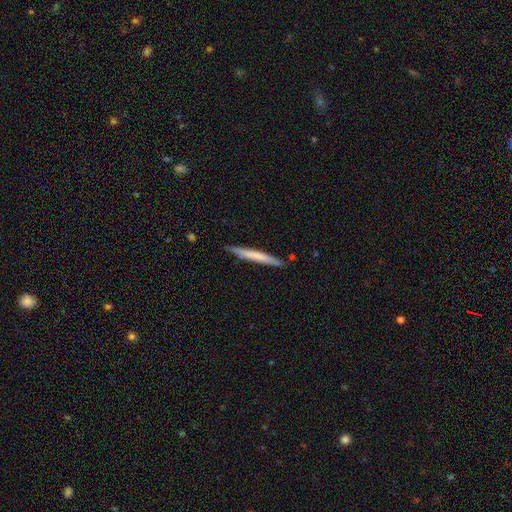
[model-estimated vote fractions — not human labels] Smooth or featured: smooth — 60% (featured or disk — 35%)
How rounded: cigar-shaped — 97% (in between — 2%)
Merging: none — 88% (minor disturbance — 10%)